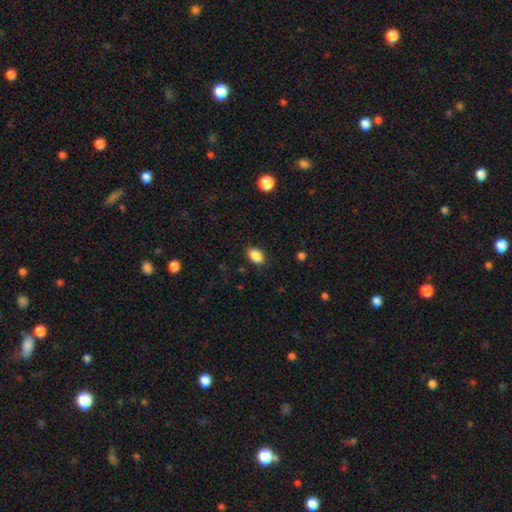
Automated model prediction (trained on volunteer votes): A smooth galaxy with no disk features (88%) that is in between round and cigar-shaped (85%). Merging: none (85%).